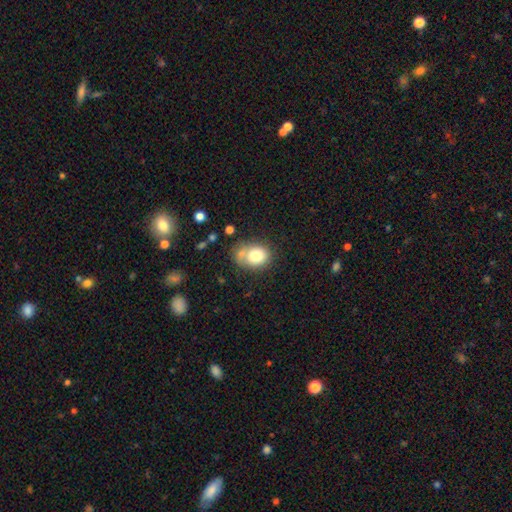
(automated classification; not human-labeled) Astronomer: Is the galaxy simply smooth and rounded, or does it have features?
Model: smooth — 78%.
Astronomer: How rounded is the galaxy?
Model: in between — 53% (runner-up: round, 46%).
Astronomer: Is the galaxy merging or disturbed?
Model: none — 44% (runner-up: merger, 26%).